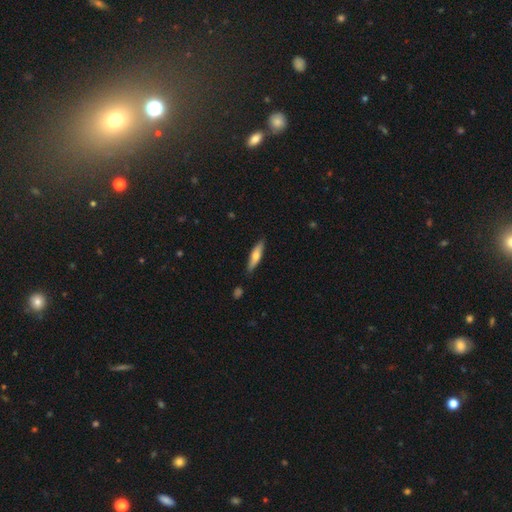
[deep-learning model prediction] smooth 60%, featured or disk 34%, star or artifact 6%. Down the decision tree: how rounded — cigar-shaped (74%); merging — none (86%).